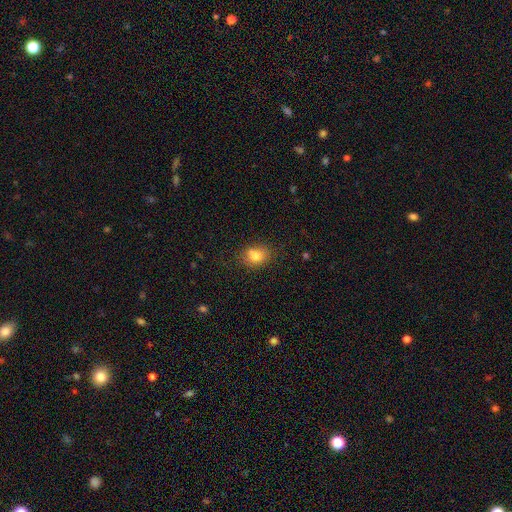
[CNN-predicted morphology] type=smooth (79%); roundness=in between (52%); merging=none (69%).